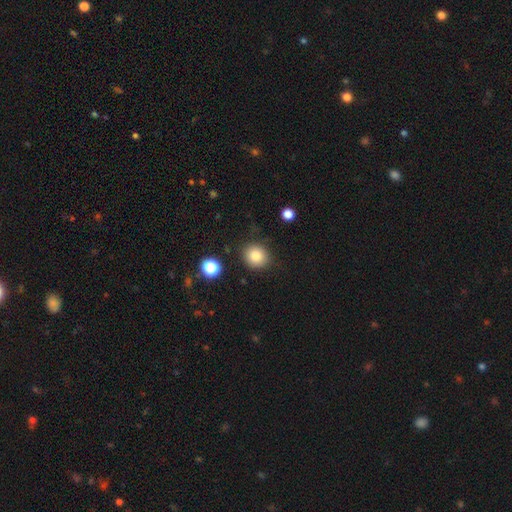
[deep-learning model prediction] Smooth or featured? smooth (82%)
How rounded? round (83%)
Merging? none (85%)